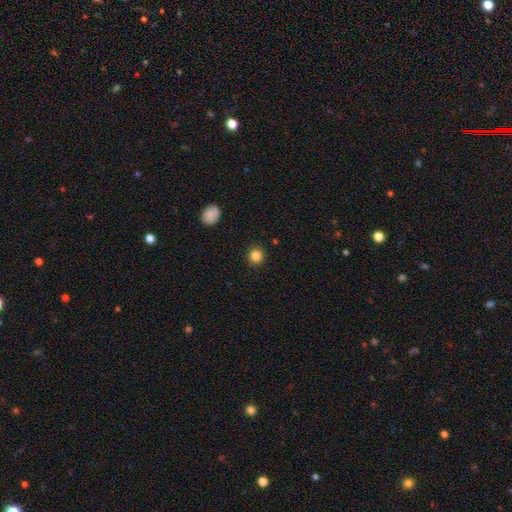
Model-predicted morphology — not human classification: A smooth galaxy with no disk features (85%) that is round (89%).

Vote fractions:
- Smooth or featured? smooth: 85% / star or artifact: 11% / featured or disk: 4%
- How rounded? round: 89% / in between: 11% / cigar-shaped: 1%
- Merging? none: 90% / minor disturbance: 6% / major disturbance: 2% / merger: 1%